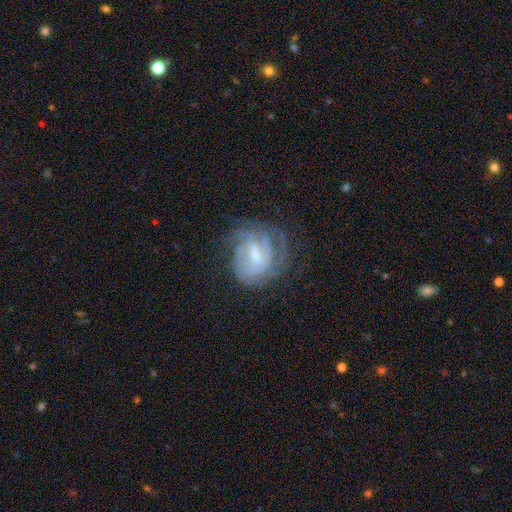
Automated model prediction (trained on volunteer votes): This appears to be a featured or disk galaxy (74%) with a weak bar (53%), tight (55%) spiral arms (82%) and a moderate central bulge (45%). Merging: none (55%).